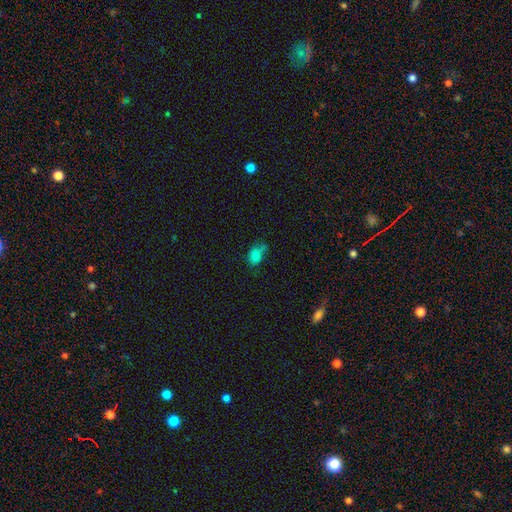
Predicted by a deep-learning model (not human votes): Q: Smooth or featured?
A: smooth (76%); runner-up: star or artifact (13%)
Q: How rounded?
A: in between (74%); runner-up: round (24%)
Q: Merging?
A: none (37%); runner-up: minor disturbance (34%)